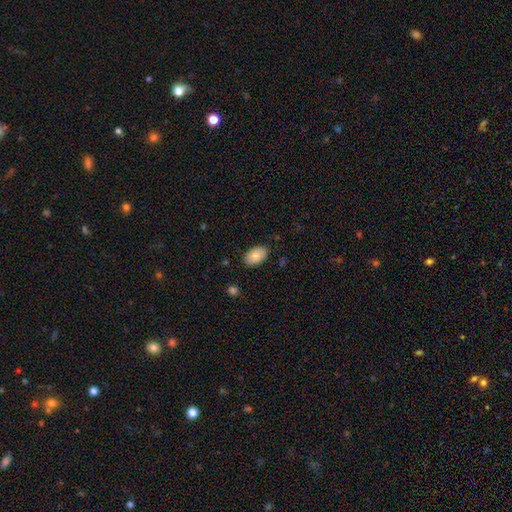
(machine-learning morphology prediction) The model was most divided on "smooth or featured": smooth: 79%, featured or disk: 14%, star or artifact: 7%. More confident: how rounded — in between (91%); merging — none (86%).